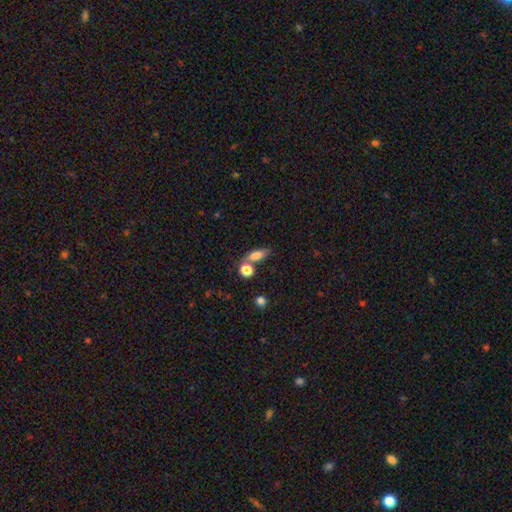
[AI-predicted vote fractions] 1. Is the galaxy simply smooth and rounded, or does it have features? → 75% smooth, 14% featured or disk, 10% star or artifact.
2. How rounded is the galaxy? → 64% in between, 23% cigar-shaped, 13% round.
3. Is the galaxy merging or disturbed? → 55% none, 26% merger, 13% minor disturbance, 6% major disturbance.